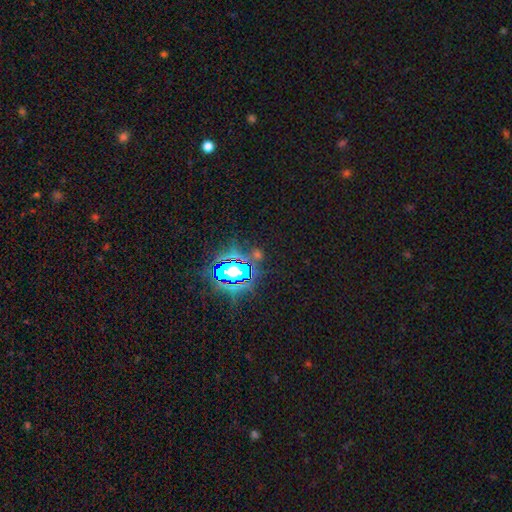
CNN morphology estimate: This is likely a star or artifact rather than a galaxy (77%).